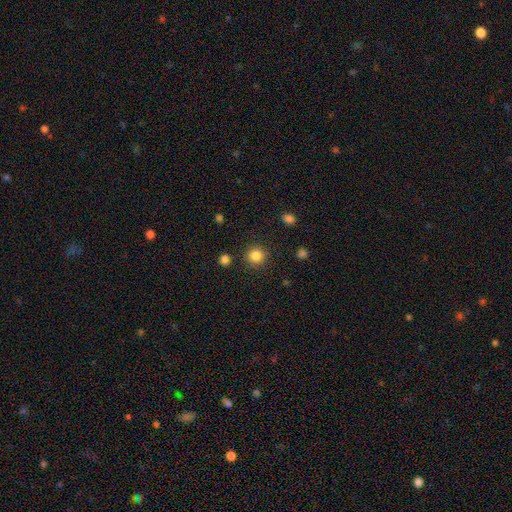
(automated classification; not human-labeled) A smooth galaxy with no disk features (84%) that is round (93%).

Vote fractions:
- Smooth or featured? smooth: 84% / star or artifact: 11% / featured or disk: 4%
- How rounded? round: 93% / in between: 6% / cigar-shaped: 1%
- Merging? none: 89% / minor disturbance: 6% / major disturbance: 3% / merger: 2%